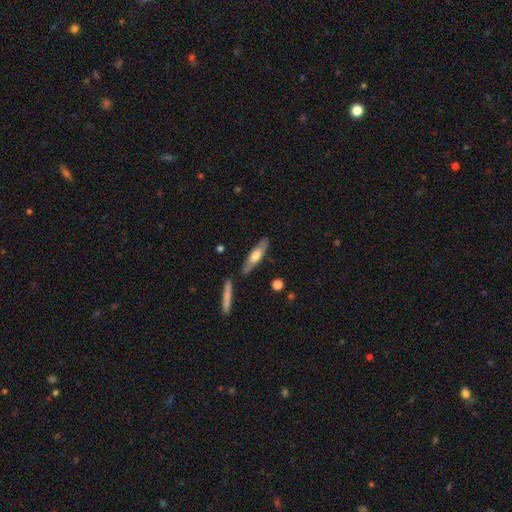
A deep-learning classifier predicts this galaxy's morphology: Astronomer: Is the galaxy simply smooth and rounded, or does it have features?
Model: smooth — 51% (runner-up: featured or disk, 43%).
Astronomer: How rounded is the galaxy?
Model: cigar-shaped — 71%.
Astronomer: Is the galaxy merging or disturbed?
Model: none — 80%.